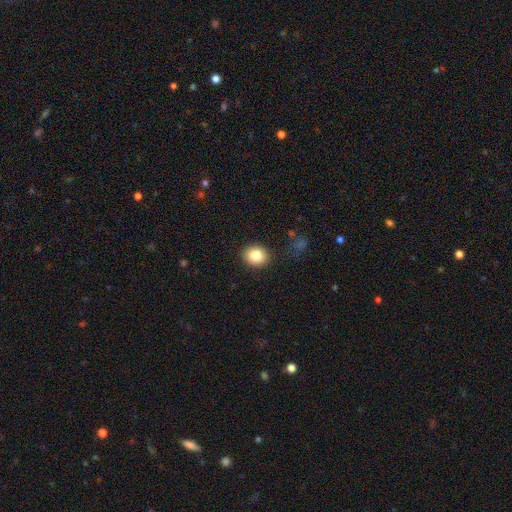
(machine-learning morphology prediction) Smooth or featured? Predicted: smooth (p=0.85). How rounded? Predicted: round (p=0.67). Merging? Predicted: none (p=0.87).